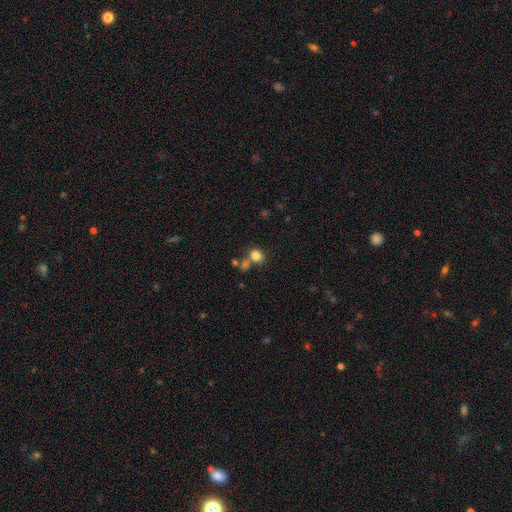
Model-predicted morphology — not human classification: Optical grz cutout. It shows a smooth galaxy with no disk features (81%) that is round (72%). Merging: none (59%).